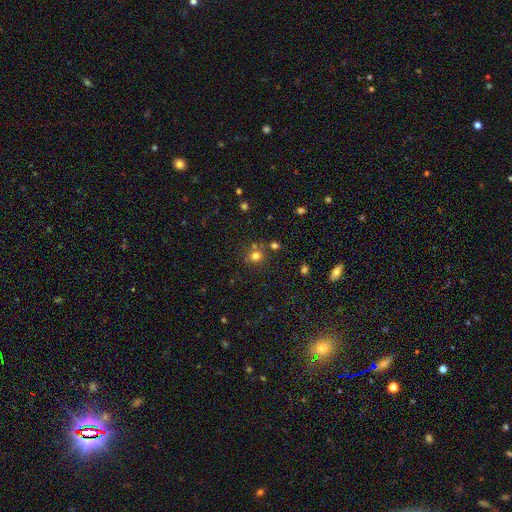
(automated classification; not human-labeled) Smooth or featured? Predicted: smooth (p=0.73). How rounded? Predicted: round (p=0.88). Merging? Predicted: none (p=0.72).